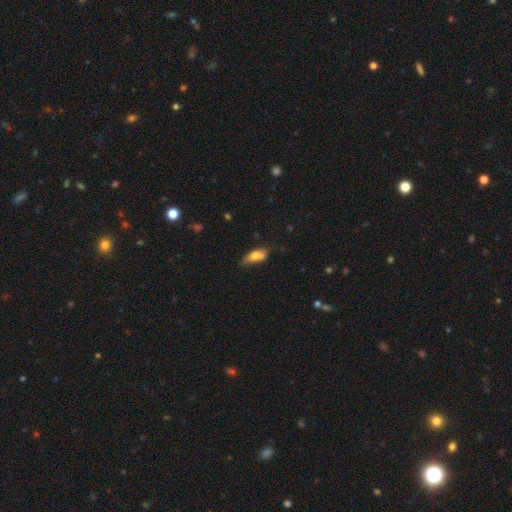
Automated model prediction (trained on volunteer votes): Smooth or featured: smooth — 69% (featured or disk — 23%)
How rounded: in between — 73% (cigar-shaped — 24%)
Merging: none — 44% (minor disturbance — 37%)